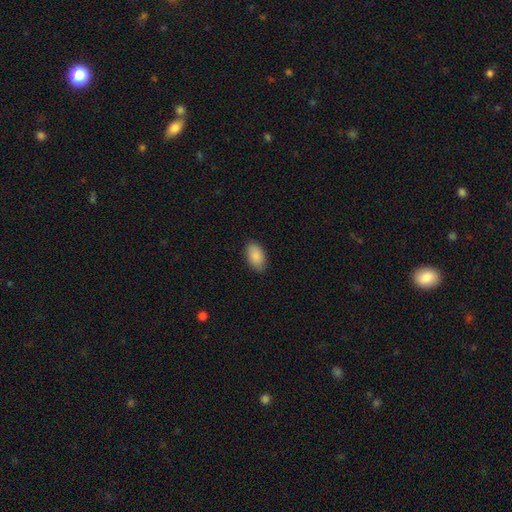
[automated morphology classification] This is clearly a smooth galaxy (89%). How rounded: clearly in between (94%). Merging: clearly none (86%).